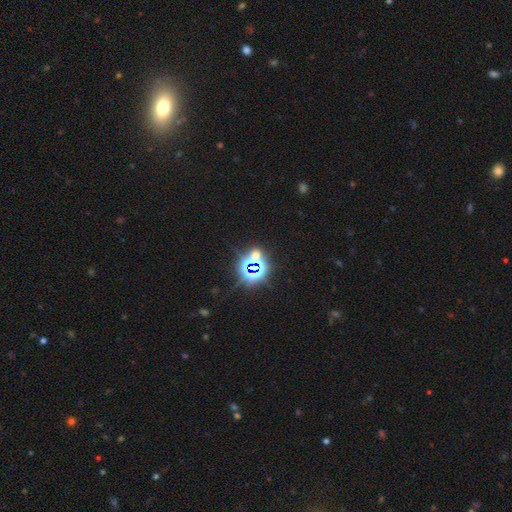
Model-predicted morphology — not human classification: Overall: star or artifact (76%).